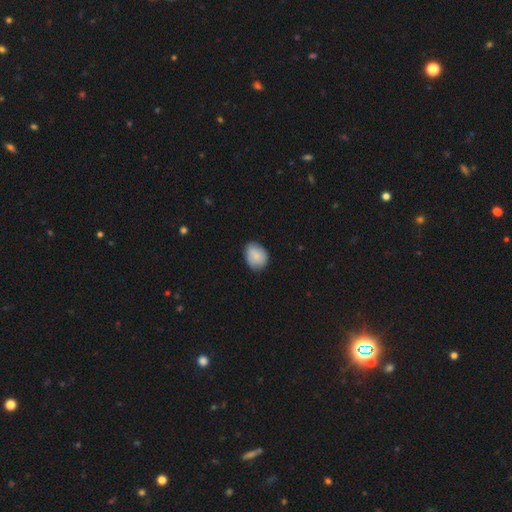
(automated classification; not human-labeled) smooth-or-featured: smooth: 82% | featured or disk: 11% | star or artifact: 6%
  how-rounded: in between: 57% | round: 42% | cigar-shaped: 1%
  merging: none: 77% | minor disturbance: 19% | major disturbance: 3% | merger: 1%